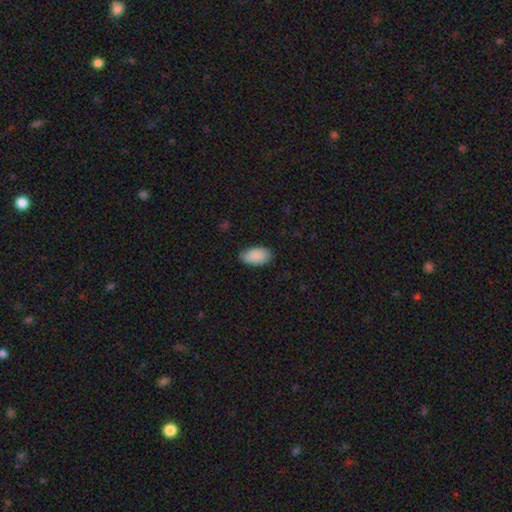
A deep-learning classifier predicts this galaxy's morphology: smooth-or-featured: smooth: 89% | star or artifact: 6% | featured or disk: 5%
  how-rounded: in between: 95% | round: 3% | cigar-shaped: 2%
  merging: none: 79% | minor disturbance: 17% | major disturbance: 3% | merger: 1%